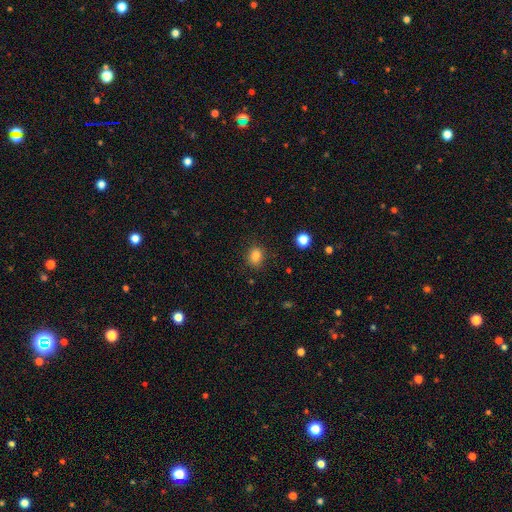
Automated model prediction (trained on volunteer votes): A smooth galaxy with no disk features (82%) that is round (52%). Merging: none (84%).